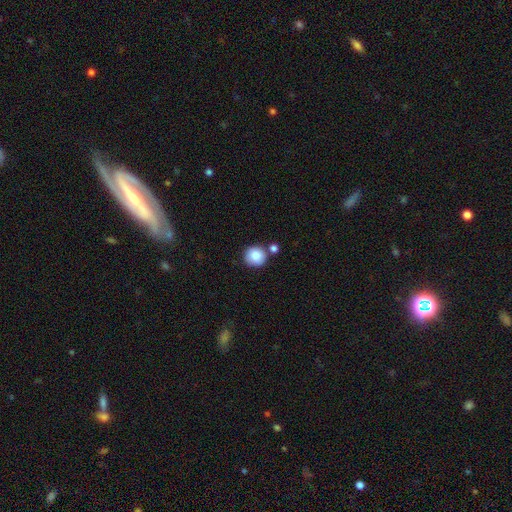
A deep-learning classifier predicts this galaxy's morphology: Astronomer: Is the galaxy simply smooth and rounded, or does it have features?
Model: smooth — 85%.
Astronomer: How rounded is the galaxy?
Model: round — 92%.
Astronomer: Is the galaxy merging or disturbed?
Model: none — 72%.